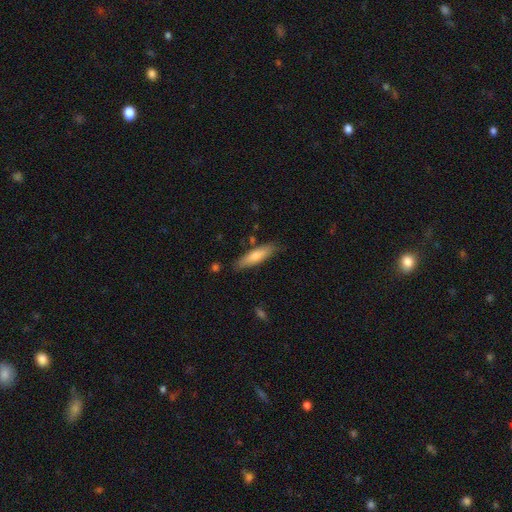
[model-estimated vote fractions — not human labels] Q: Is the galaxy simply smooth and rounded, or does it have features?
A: smooth — 70%.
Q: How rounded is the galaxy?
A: cigar-shaped — 75%.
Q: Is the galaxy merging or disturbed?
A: none — 84%.